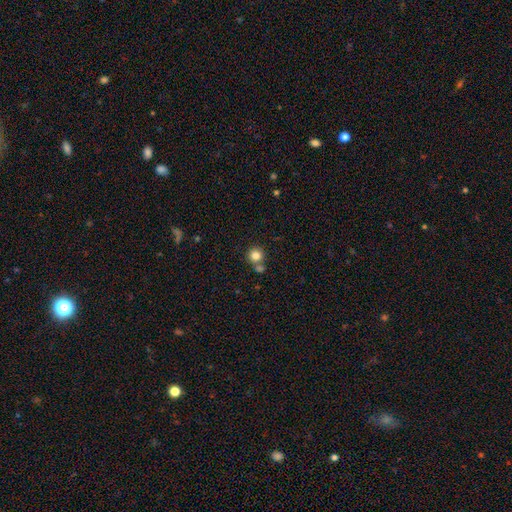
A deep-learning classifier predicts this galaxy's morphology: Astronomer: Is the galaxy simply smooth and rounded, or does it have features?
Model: smooth — 82%.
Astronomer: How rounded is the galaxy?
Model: round — 93%.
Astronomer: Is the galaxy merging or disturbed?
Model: none — 64%.